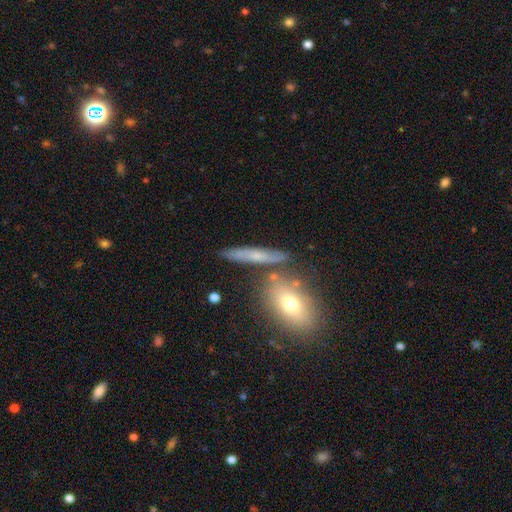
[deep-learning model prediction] The model was most divided on "smooth or featured": smooth: 47%, featured or disk: 42%, star or artifact: 11%. More confident: merging — none (74%).